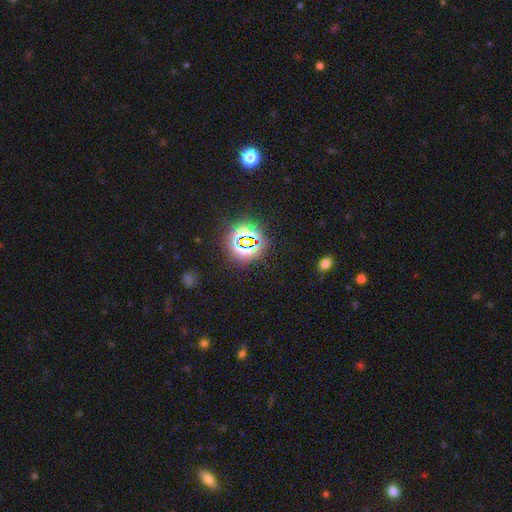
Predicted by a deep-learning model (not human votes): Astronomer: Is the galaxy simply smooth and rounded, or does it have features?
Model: star or artifact — 76%.